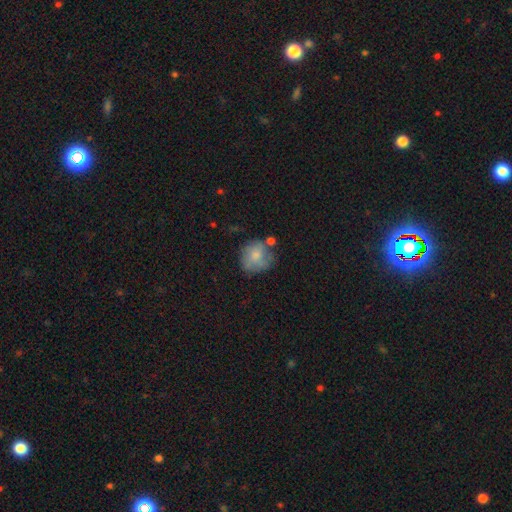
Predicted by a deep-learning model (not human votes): A smooth galaxy with no disk features (67%) that is round (76%). Merging: none (51%).